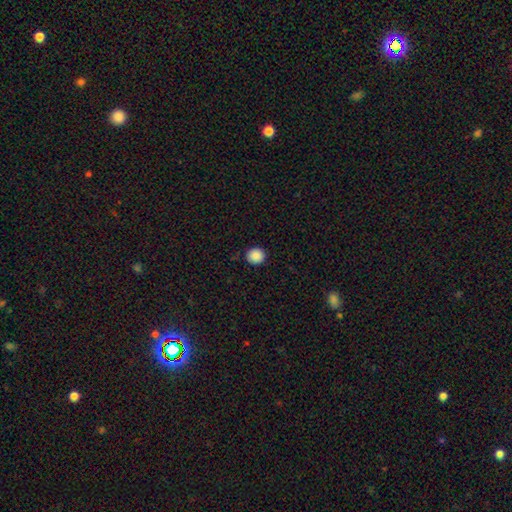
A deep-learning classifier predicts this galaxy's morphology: type=smooth (88%); roundness=round (91%); merging=none (91%).